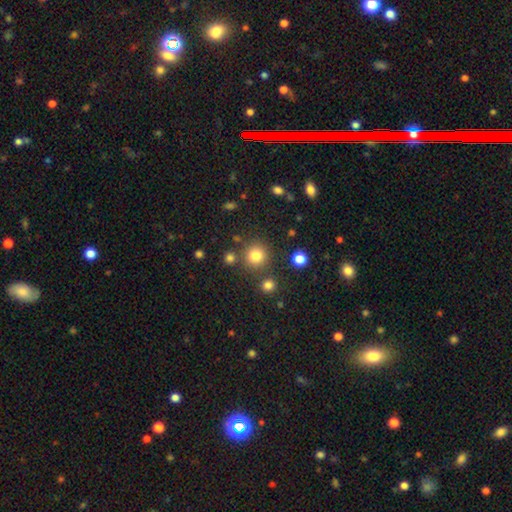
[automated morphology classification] The model was most divided on "smooth or featured": smooth: 81%, star or artifact: 14%, featured or disk: 6%. More confident: how rounded — round (93%); merging — none (83%).